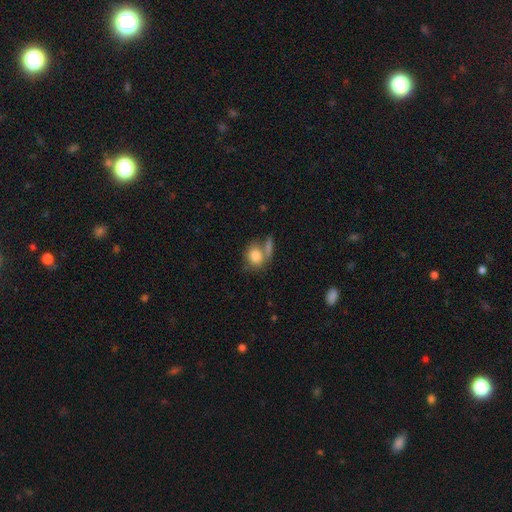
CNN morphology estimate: type=smooth (80%); roundness=round (64%); merging=none (47%).